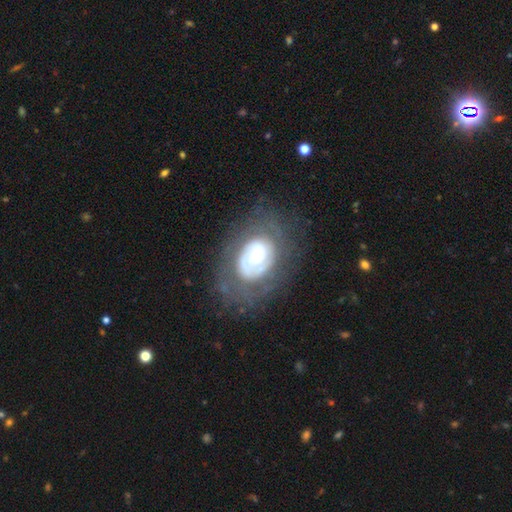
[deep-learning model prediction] The model was most divided on "bulge size": small: 35%, moderate: 28%, large: 25%, none: 6%, dominant: 6%. More confident: edge-on disk — no (97%); bar — no (75%); spiral arms — yes (67%); smooth or featured — featured or disk (66%); merging — none (62%).